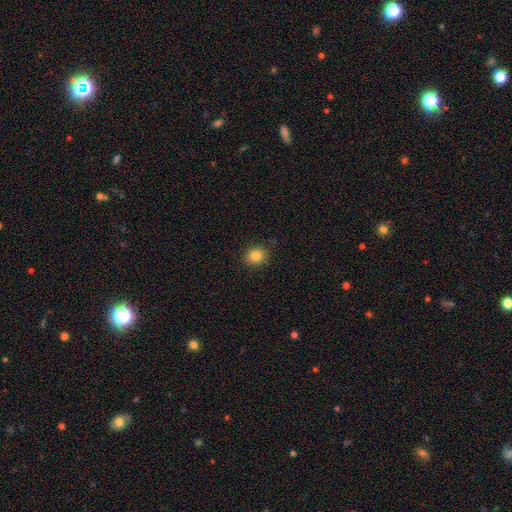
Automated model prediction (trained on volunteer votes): smooth-or-featured: smooth: 83% | star or artifact: 11% | featured or disk: 6%
  how-rounded: round: 75% | in between: 24% | cigar-shaped: 1%
  merging: none: 89% | minor disturbance: 8% | major disturbance: 2% | merger: 1%